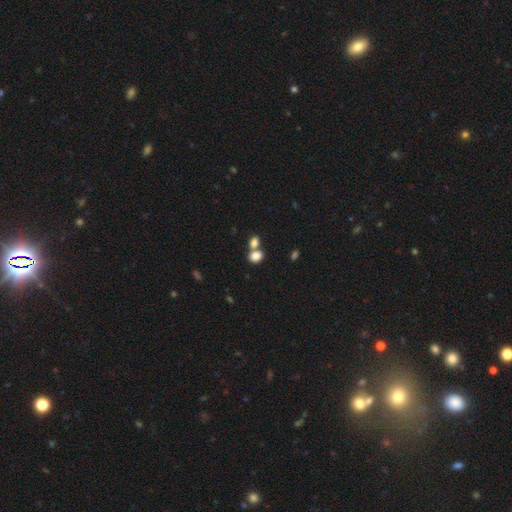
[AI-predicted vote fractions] Smooth or featured? smooth (83%)
How rounded? in between (63%)
Merging? merger (48%)